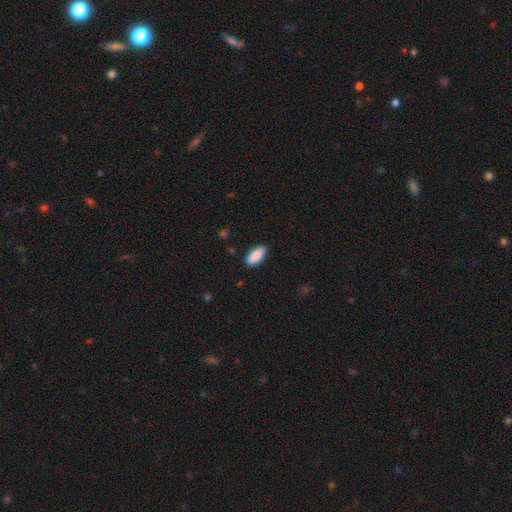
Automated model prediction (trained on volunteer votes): A smooth galaxy with no disk features (86%) that is in between round and cigar-shaped (86%). Merging: none (87%).